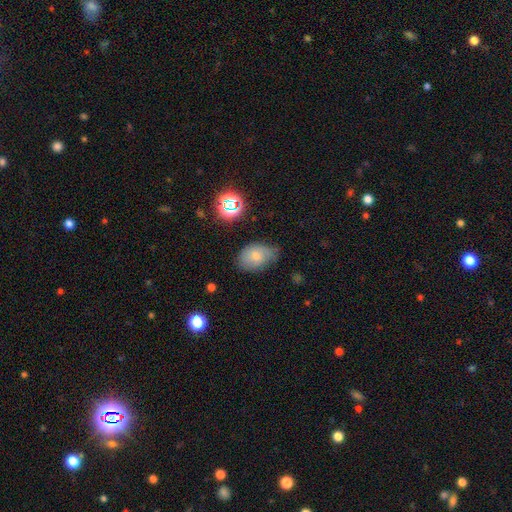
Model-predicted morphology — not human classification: smooth_or_featured: smooth (p=0.71) [alt: featured or disk p=0.16]
how_rounded: in between (p=0.79) [alt: round p=0.20]
merging: none (p=0.59) [alt: minor disturbance p=0.32]